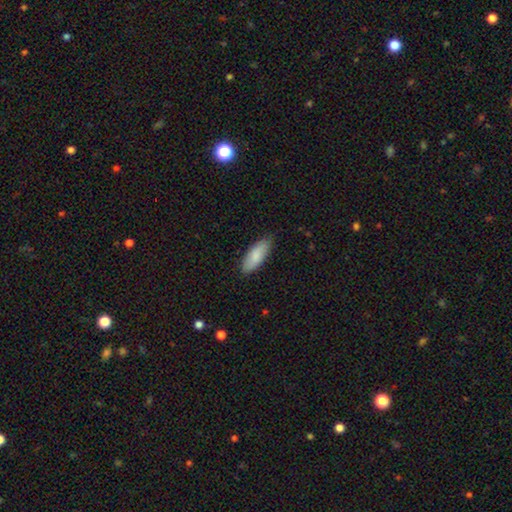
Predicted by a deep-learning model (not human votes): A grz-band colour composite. It shows a smooth galaxy with no disk features (85%) that is in between round and cigar-shaped (68%). Merging: none (83%).